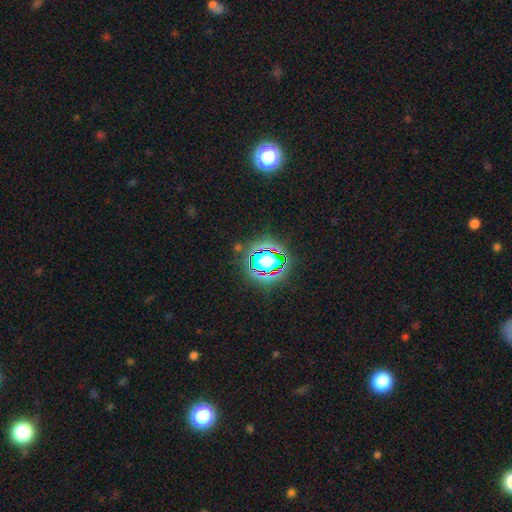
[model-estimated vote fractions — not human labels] Q: Smooth or featured?
A: star or artifact (79%); runner-up: smooth (14%)